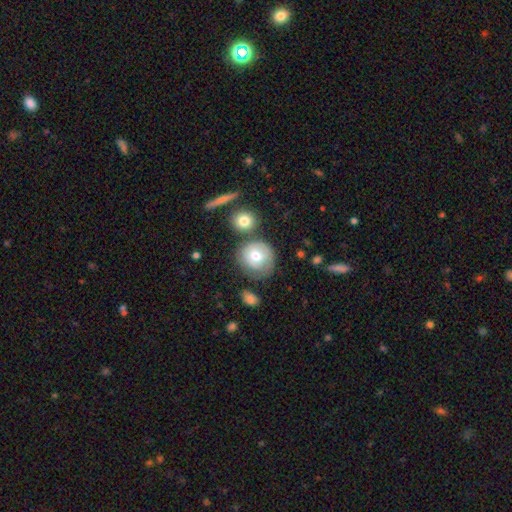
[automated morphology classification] This is likely a smooth galaxy (64%). How rounded: clearly round (87%). Merging: possibly none (57%).